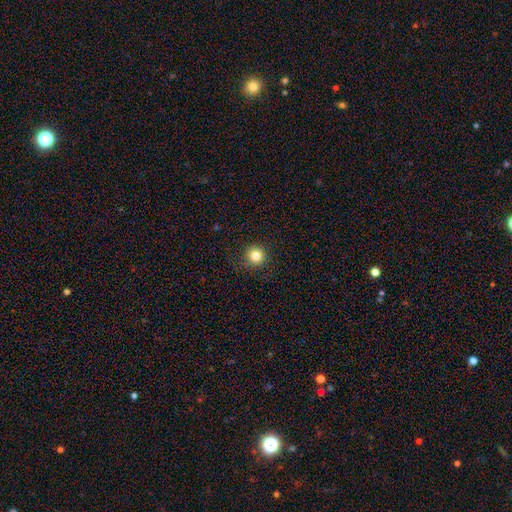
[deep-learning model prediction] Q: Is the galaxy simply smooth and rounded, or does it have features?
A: smooth — 82%.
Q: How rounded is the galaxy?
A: round — 95%.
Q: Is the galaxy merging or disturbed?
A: none — 89%.